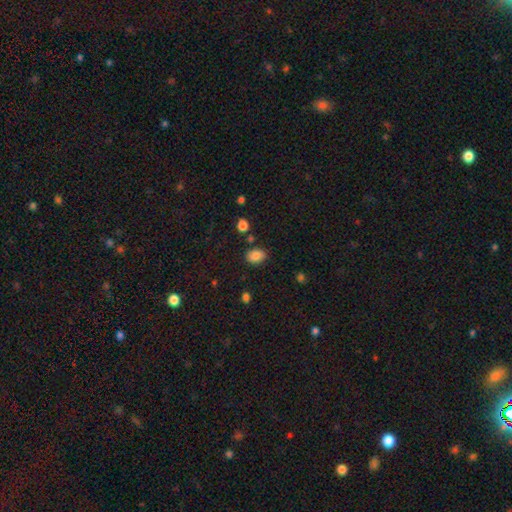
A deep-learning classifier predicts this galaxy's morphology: This is clearly a smooth galaxy (85%). How rounded: likely in between (71%). Merging: likely none (79%).